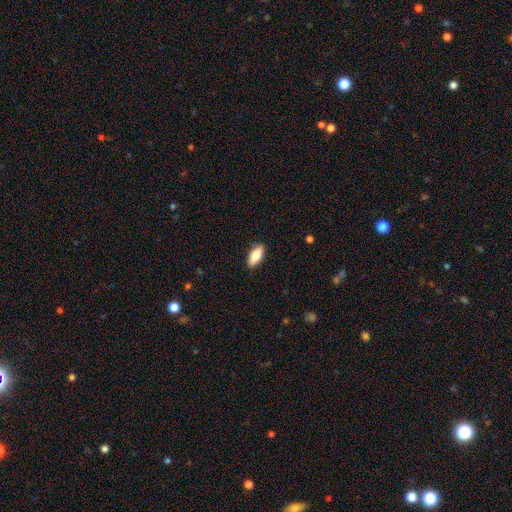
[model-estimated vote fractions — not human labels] This is likely a smooth galaxy (76%). How rounded: likely in between (80%). Merging: clearly none (88%).